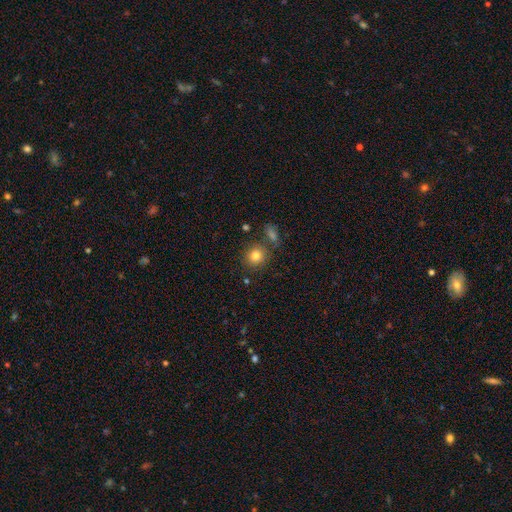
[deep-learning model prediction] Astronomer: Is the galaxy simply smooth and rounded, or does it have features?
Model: smooth — 81%.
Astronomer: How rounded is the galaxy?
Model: round — 86%.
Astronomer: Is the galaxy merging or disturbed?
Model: none — 76%.